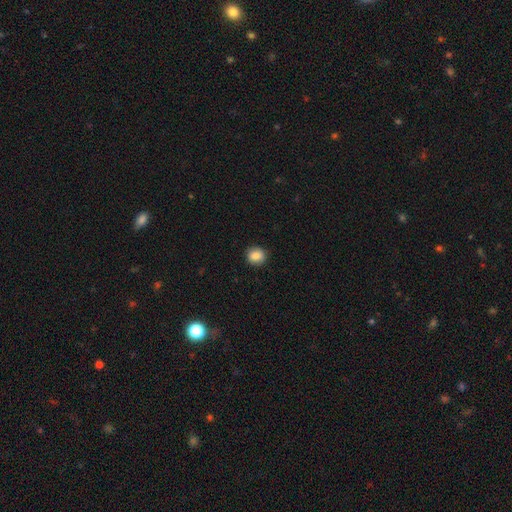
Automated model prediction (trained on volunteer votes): smooth-or-featured: smooth: 84% | star or artifact: 9% | featured or disk: 7%
  how-rounded: round: 83% | in between: 16% | cigar-shaped: 1%
  merging: none: 90% | minor disturbance: 7% | major disturbance: 2% | merger: 1%